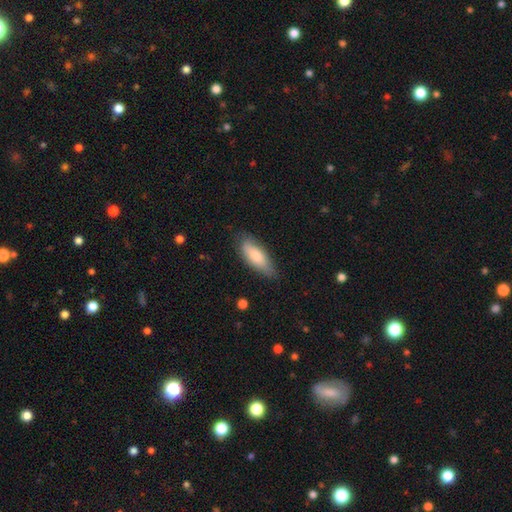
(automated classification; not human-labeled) A smooth galaxy with no disk features (79%) that is in between round and cigar-shaped (68%). Merging: none (74%).